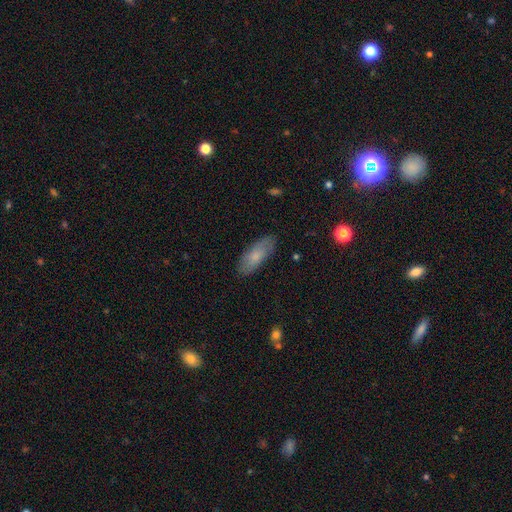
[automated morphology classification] Smooth or featured?
  - smooth: 71% *
  - featured or disk: 22%
  - star or artifact: 6%
How rounded?
  - in between: 74% *
  - cigar-shaped: 24%
  - round: 2%
Merging?
  - none: 82% *
  - minor disturbance: 14%
  - major disturbance: 3%
  - merger: 1%